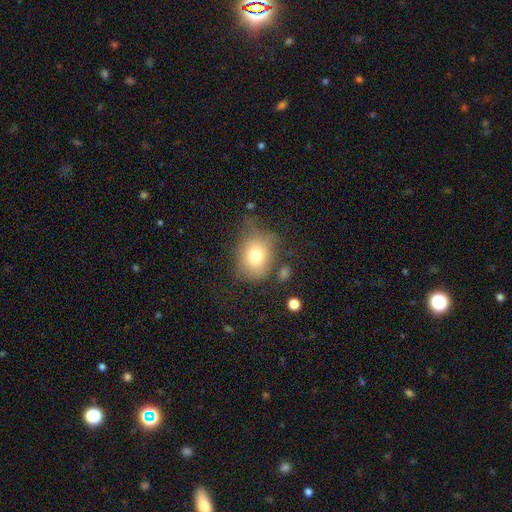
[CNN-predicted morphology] smooth-or-featured: smooth: 73% | featured or disk: 15% | star or artifact: 12%
  how-rounded: round: 60% | in between: 39% | cigar-shaped: 1%
  merging: none: 55% | minor disturbance: 27% | major disturbance: 14% | merger: 5%